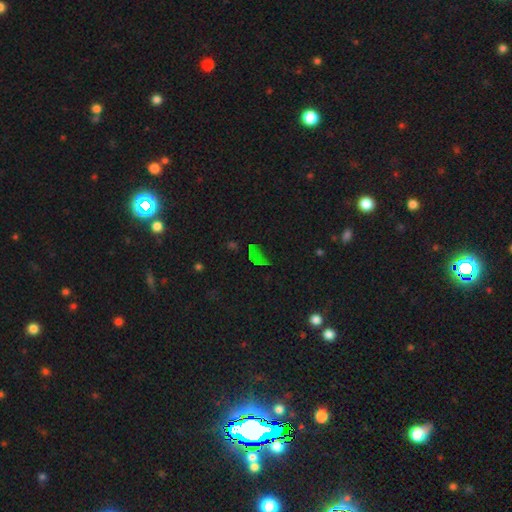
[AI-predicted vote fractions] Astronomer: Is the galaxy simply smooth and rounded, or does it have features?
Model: star or artifact — 62%.